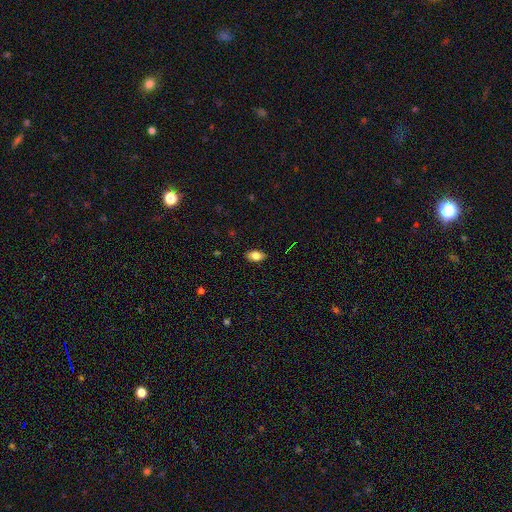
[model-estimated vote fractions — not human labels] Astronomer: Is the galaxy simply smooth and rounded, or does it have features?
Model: smooth — 79%.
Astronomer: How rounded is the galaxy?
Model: in between — 89%.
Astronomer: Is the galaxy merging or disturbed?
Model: none — 87%.